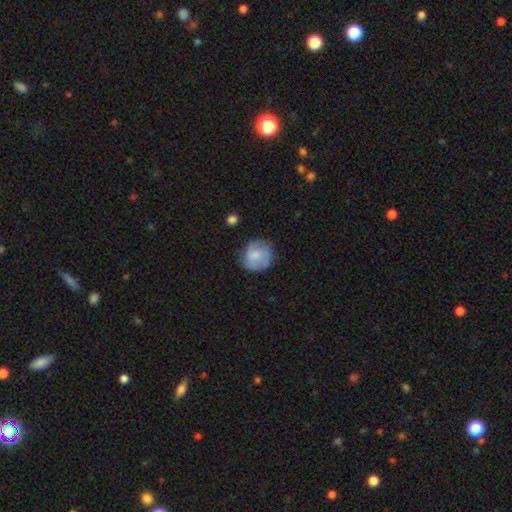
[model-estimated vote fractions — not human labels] A smooth galaxy with no disk features (66%) that is round (82%). Merging: none (69%).